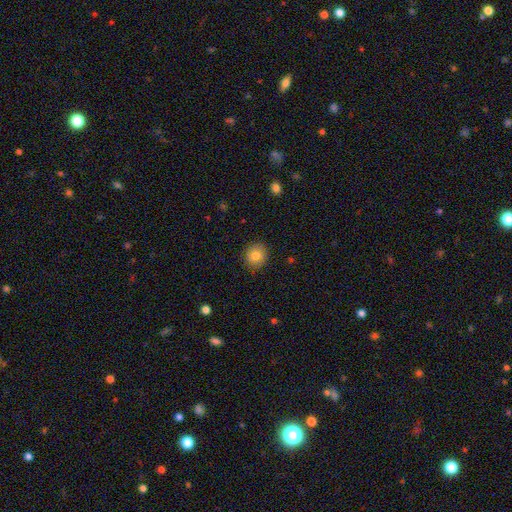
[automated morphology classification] This is clearly a smooth galaxy (82%). How rounded: likely round (79%). Merging: clearly none (89%).